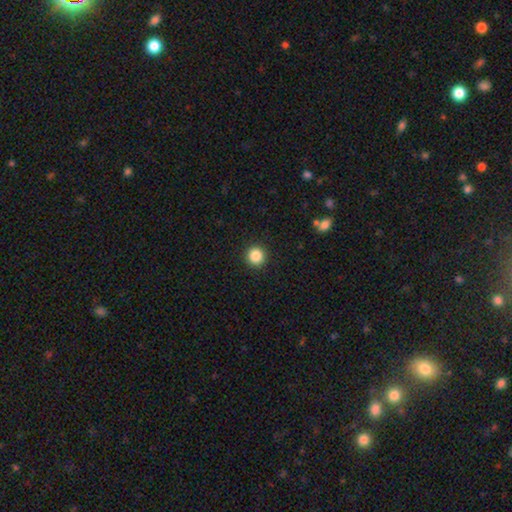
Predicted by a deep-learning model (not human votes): Smooth or featured: smooth — 85% (star or artifact — 11%)
How rounded: round — 95% (in between — 4%)
Merging: none — 93% (minor disturbance — 5%)